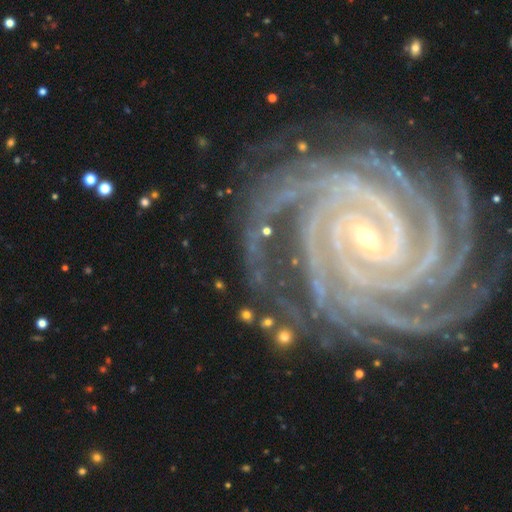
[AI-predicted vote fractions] Morphology: type=featured or disk (93%); edge-on=no (98%); bar=no (37%); spiral arms=yes (99%); winding=tight (82%); arm count=4 (26%); bulge=small (81%); merging=none (74%).